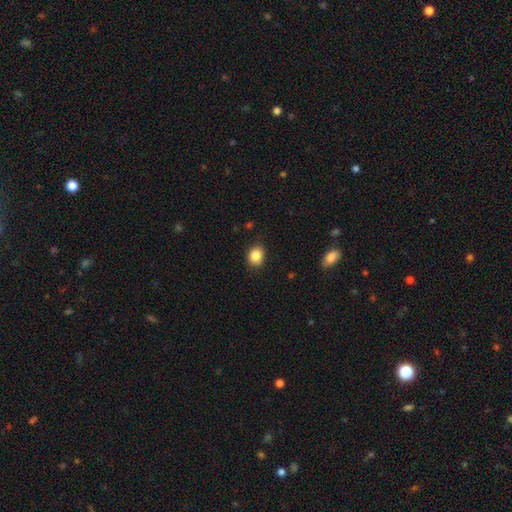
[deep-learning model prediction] Morphology: type=smooth (85%); roundness=round (58%); merging=none (86%).